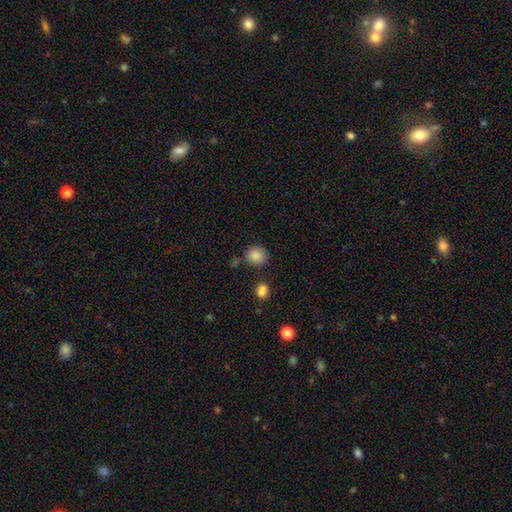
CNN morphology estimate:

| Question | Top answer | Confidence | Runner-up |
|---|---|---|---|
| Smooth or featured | smooth | 86% | star or artifact (10%) |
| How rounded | round | 83% | in between (16%) |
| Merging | none | 79% | minor disturbance (11%) |